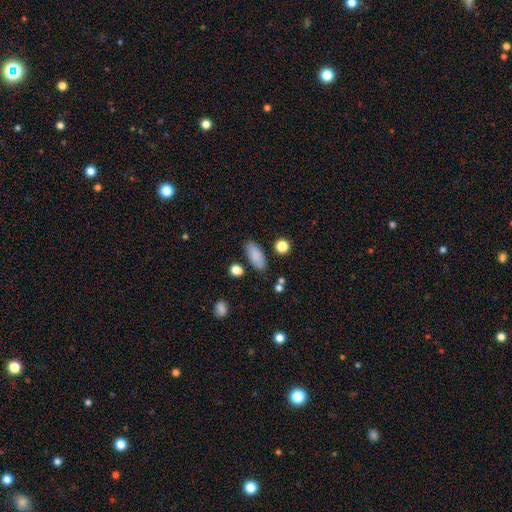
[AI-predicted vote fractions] A smooth galaxy with no disk features (85%) that is in between round and cigar-shaped (82%). Merging: none (83%).